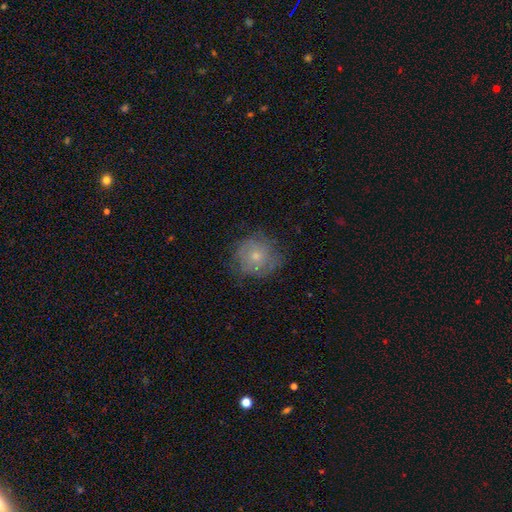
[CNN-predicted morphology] A smooth galaxy with no disk features (56%) that is round (88%). Merging: none (67%).